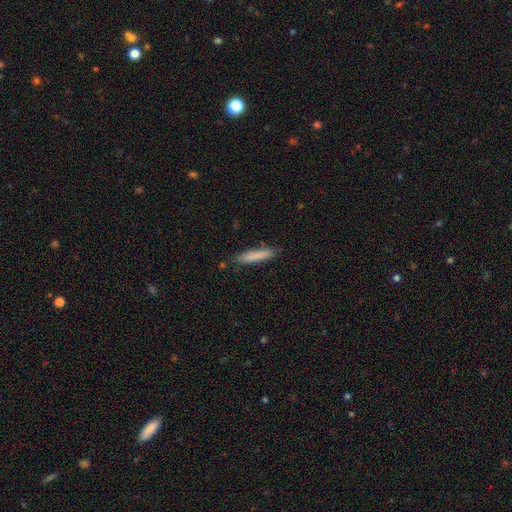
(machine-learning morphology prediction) Smooth or featured? smooth (81%)
How rounded? cigar-shaped (91%)
Merging? none (84%)